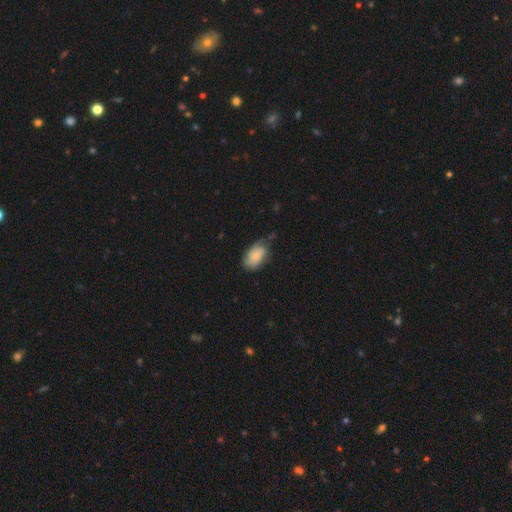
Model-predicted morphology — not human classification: Smooth or featured? Predicted: smooth (p=0.66). How rounded? Predicted: in between (p=0.92). Merging? Predicted: none (p=0.40).